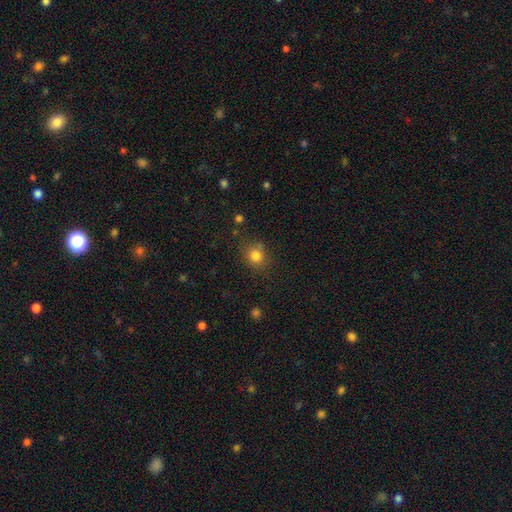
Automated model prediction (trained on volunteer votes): Morphology: type=smooth (82%); roundness=round (77%); merging=none (77%).